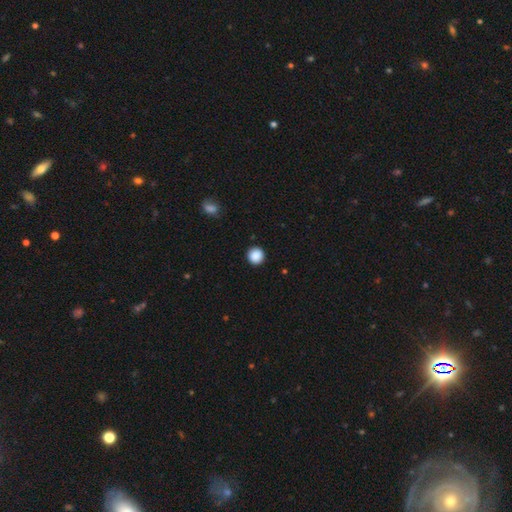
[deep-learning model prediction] Smooth or featured? smooth (89%)
How rounded? round (95%)
Merging? none (92%)